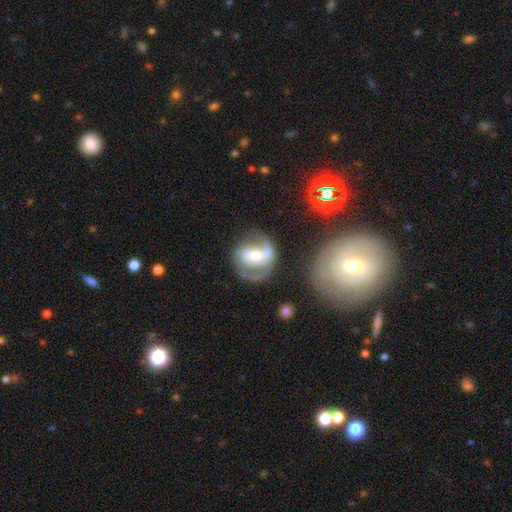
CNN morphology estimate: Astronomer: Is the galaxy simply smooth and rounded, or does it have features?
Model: featured or disk — 76%.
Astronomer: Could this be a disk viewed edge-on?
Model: no — 97%.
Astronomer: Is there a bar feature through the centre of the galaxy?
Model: no — 37% (runner-up: weak, 33%).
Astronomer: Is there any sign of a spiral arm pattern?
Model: yes — 84%.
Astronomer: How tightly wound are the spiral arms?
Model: medium — 44% (runner-up: tight, 34%).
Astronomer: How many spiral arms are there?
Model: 2 — 70%.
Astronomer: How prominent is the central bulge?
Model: moderate — 63%.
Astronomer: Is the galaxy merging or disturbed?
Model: none — 55%.